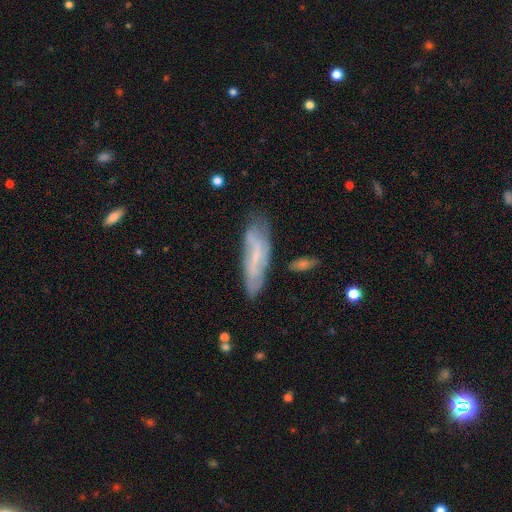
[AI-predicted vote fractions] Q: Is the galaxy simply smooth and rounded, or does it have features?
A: featured or disk — 58%.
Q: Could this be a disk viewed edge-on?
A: no — 72%.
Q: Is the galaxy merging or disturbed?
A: none — 64%.